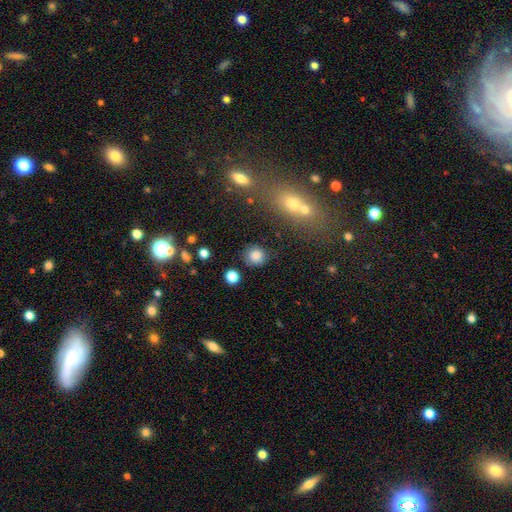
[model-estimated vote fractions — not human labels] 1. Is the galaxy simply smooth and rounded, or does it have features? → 82% smooth, 11% star or artifact, 7% featured or disk.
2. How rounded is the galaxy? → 87% round, 12% in between, 1% cigar-shaped.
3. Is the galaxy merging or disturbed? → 80% none, 12% minor disturbance, 4% merger, 4% major disturbance.